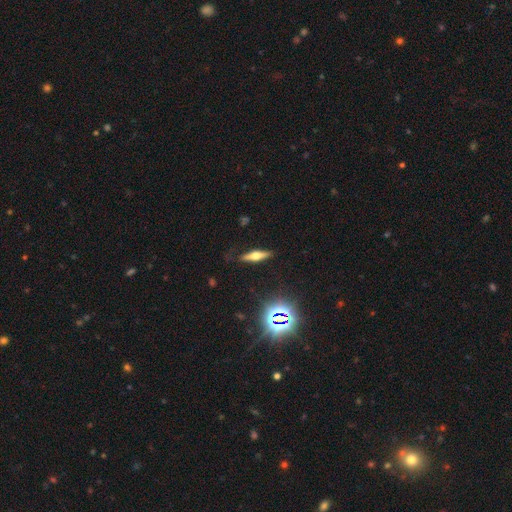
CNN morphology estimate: Smooth or featured: featured or disk — 53% (smooth — 36%)
Edge-on disk: yes — 91% (no — 9%)
Merging: none — 83% (minor disturbance — 12%)